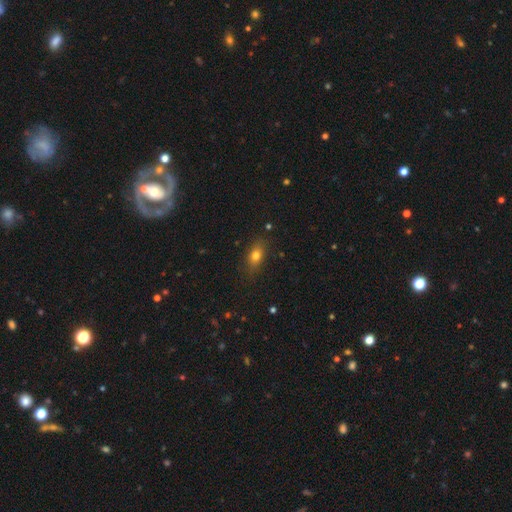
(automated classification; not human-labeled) Smooth or featured: smooth — 76% (featured or disk — 12%)
How rounded: in between — 74% (round — 16%)
Merging: none — 82% (minor disturbance — 13%)